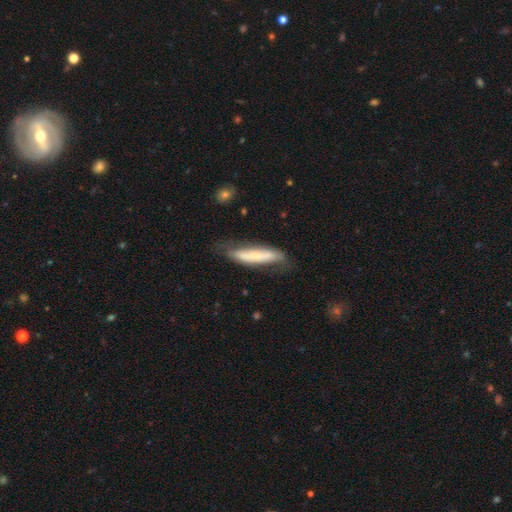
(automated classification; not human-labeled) This is possibly a smooth galaxy (50%). Merging: possibly none (57%).